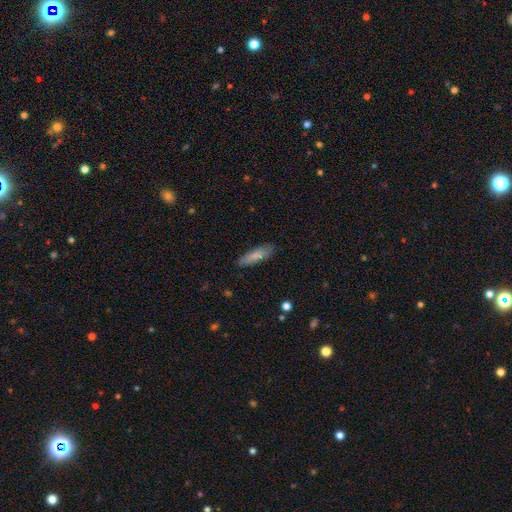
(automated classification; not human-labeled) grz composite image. It shows a smooth galaxy with no disk features (79%) that is cigar-shaped (55%). Merging: none (83%).